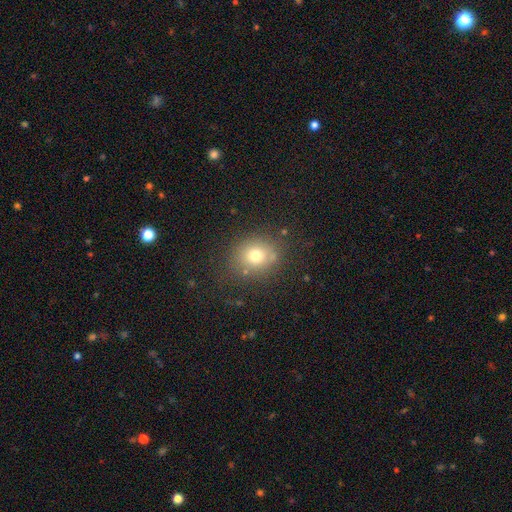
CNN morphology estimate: A smooth galaxy with no disk features (72%) that is round (73%).

Vote fractions:
- Smooth or featured? smooth: 72% / star or artifact: 15% / featured or disk: 12%
- How rounded? round: 73% / in between: 26% / cigar-shaped: 1%
- Merging? none: 78% / minor disturbance: 13% / major disturbance: 5% / merger: 3%